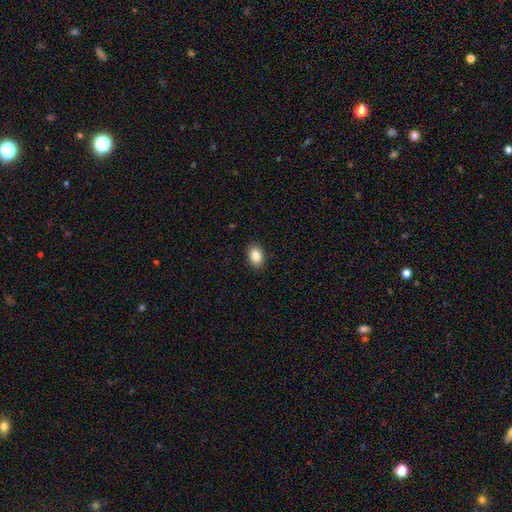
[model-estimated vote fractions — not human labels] This appears to be a smooth galaxy with no disk features (86%) that is in between round and cigar-shaped (84%). Merging: none (90%).